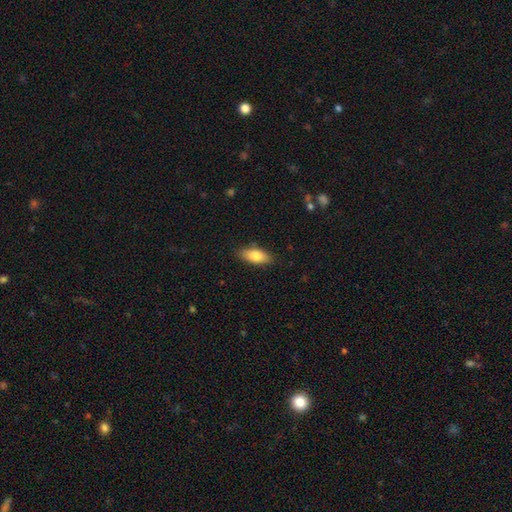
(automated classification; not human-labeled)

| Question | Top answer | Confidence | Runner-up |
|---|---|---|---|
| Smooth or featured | smooth | 79% | featured or disk (15%) |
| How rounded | in between | 80% | cigar-shaped (17%) |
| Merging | none | 85% | minor disturbance (11%) |